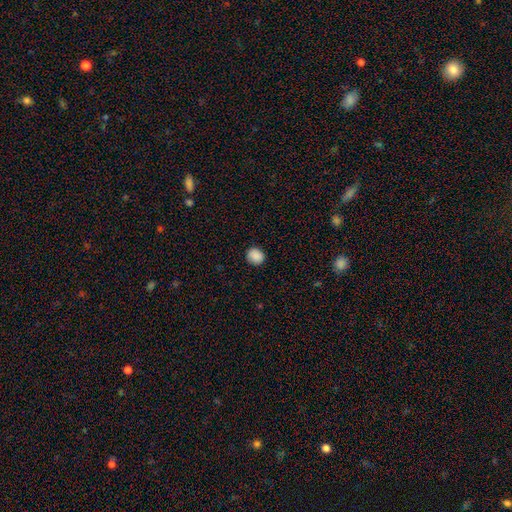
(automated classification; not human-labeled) smooth_or_featured: smooth (p=0.89) [alt: star or artifact p=0.09]
how_rounded: round (p=0.81) [alt: in between p=0.18]
merging: none (p=0.89) [alt: minor disturbance p=0.08]